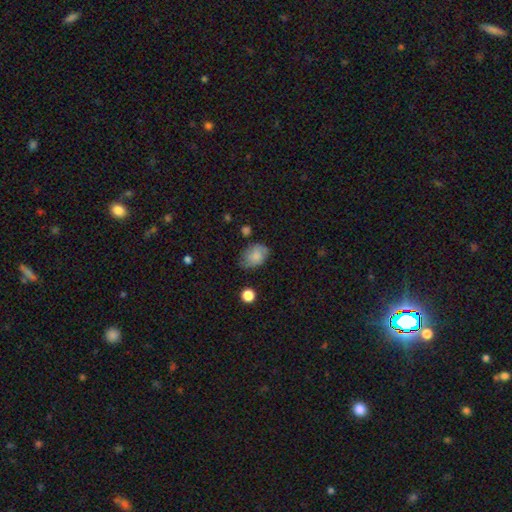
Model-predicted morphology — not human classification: Smooth or featured?
  - smooth: 72% *
  - featured or disk: 19%
  - star or artifact: 9%
How rounded?
  - in between: 75% *
  - round: 24%
  - cigar-shaped: 1%
Merging?
  - none: 62% *
  - minor disturbance: 28%
  - major disturbance: 7%
  - merger: 3%